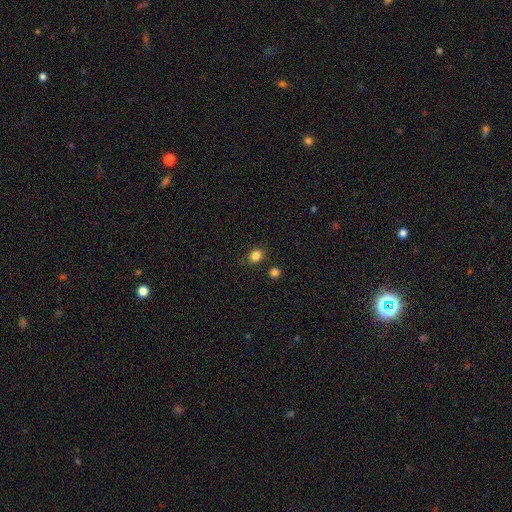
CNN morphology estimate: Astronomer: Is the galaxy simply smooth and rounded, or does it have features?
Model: smooth — 84%.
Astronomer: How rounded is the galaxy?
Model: round — 63%.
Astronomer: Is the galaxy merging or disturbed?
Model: none — 81%.